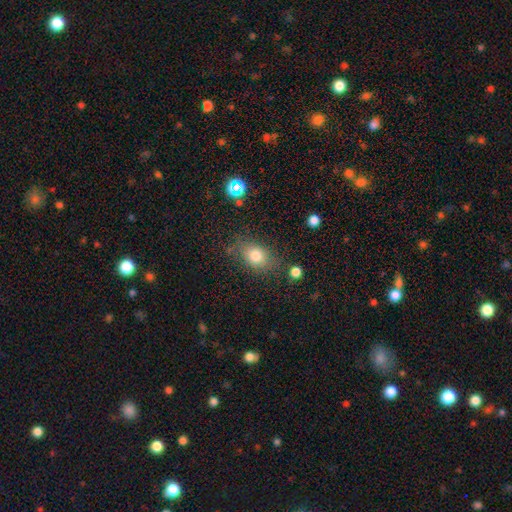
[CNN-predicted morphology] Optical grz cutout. It shows a smooth galaxy with no disk features (78%) that is in between round and cigar-shaped (70%). Merging: none (73%).